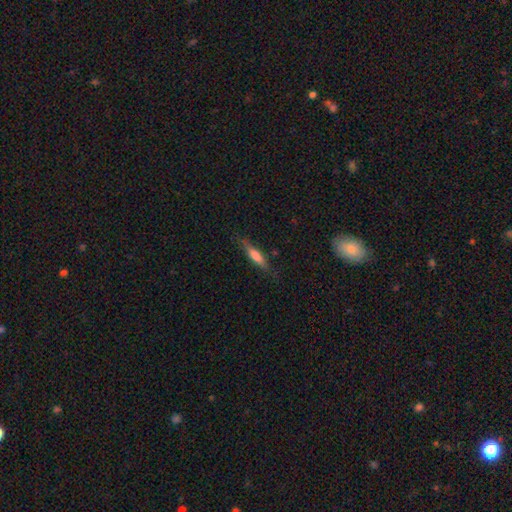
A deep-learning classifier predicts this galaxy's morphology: A smooth galaxy with no disk features (62%) that is cigar-shaped (77%).

Vote fractions:
- Smooth or featured? smooth: 62% / featured or disk: 31% / star or artifact: 6%
- How rounded? cigar-shaped: 77% / in between: 21% / round: 2%
- Merging? none: 77% / minor disturbance: 17% / major disturbance: 4% / merger: 1%